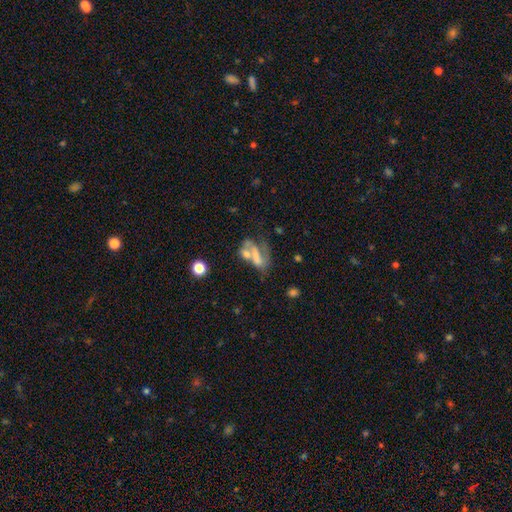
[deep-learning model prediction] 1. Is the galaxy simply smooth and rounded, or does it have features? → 45% featured or disk, 39% smooth, 16% star or artifact.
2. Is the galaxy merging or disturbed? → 40% merger, 24% none, 22% major disturbance, 13% minor disturbance.